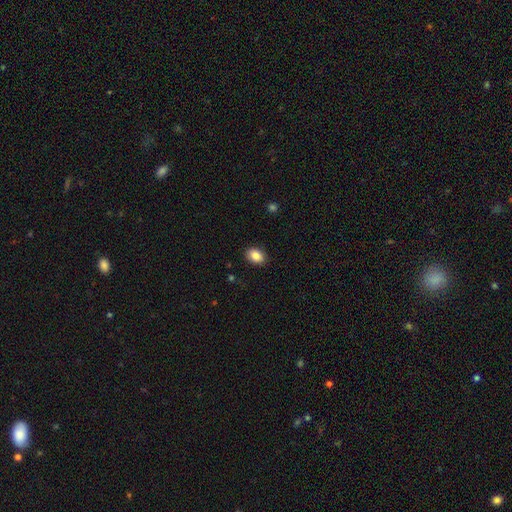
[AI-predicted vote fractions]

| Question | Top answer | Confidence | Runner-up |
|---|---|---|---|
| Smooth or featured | smooth | 86% | star or artifact (8%) |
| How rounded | in between | 75% | round (24%) |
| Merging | none | 89% | minor disturbance (8%) |